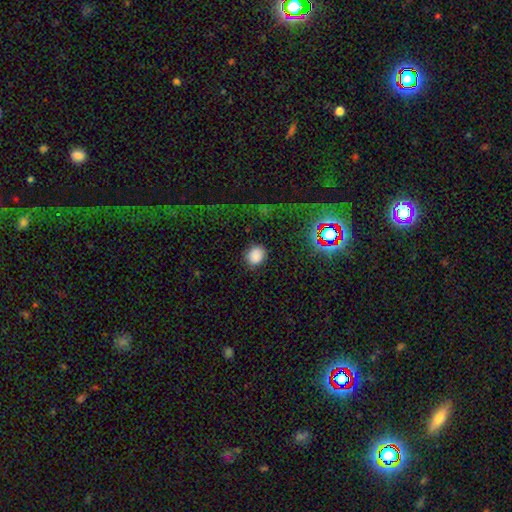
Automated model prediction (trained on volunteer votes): Smooth or featured: smooth — 83% (star or artifact — 13%)
How rounded: round — 65% (in between — 34%)
Merging: none — 81% (minor disturbance — 11%)